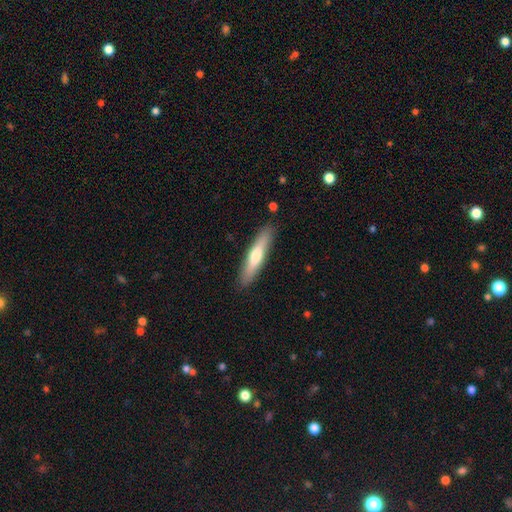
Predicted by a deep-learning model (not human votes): smooth 62%, featured or disk 33%, star or artifact 5%. Down the decision tree: how rounded — cigar-shaped (85%); merging — none (88%).